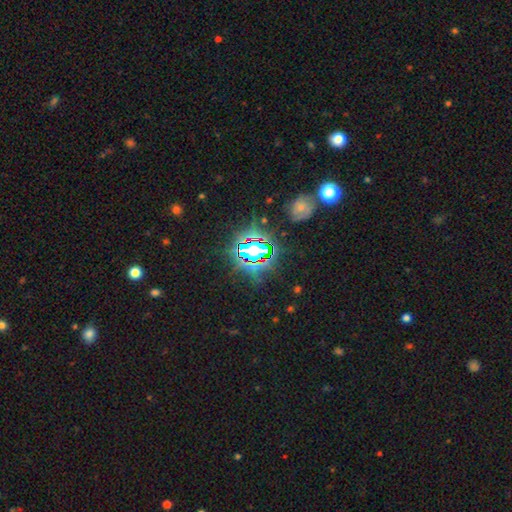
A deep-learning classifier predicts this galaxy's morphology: Smooth or featured? star or artifact (82%)